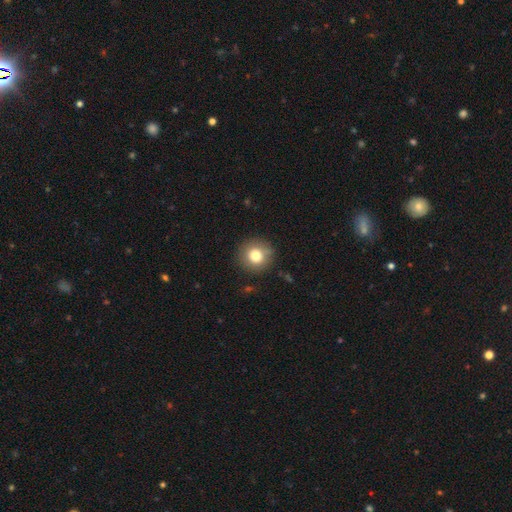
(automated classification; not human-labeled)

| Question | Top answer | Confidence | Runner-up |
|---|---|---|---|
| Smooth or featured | smooth | 79% | featured or disk (11%) |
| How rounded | round | 92% | in between (7%) |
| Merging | none | 87% | minor disturbance (9%) |